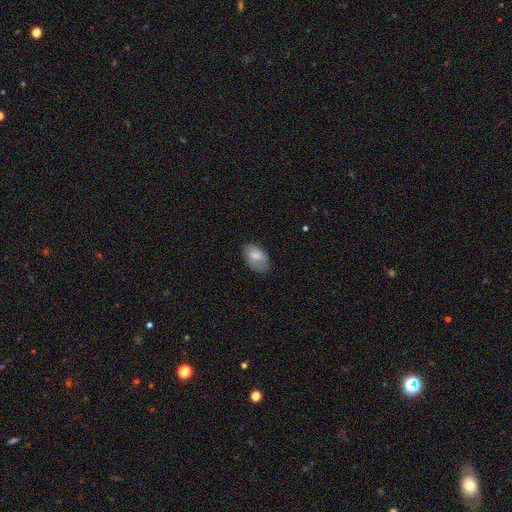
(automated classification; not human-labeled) smooth-or-featured: smooth: 75% | featured or disk: 18% | star or artifact: 7%
  how-rounded: in between: 90% | round: 9% | cigar-shaped: 1%
  merging: none: 66% | minor disturbance: 26% | major disturbance: 7% | merger: 1%